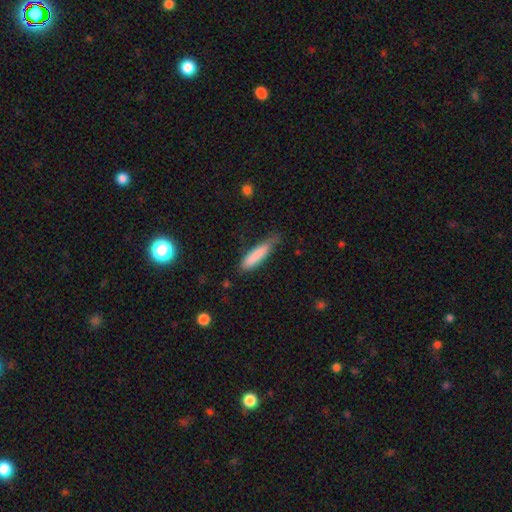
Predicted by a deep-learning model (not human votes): This is clearly a smooth galaxy (84%). How rounded: likely cigar-shaped (79%). Merging: possibly none (57%).